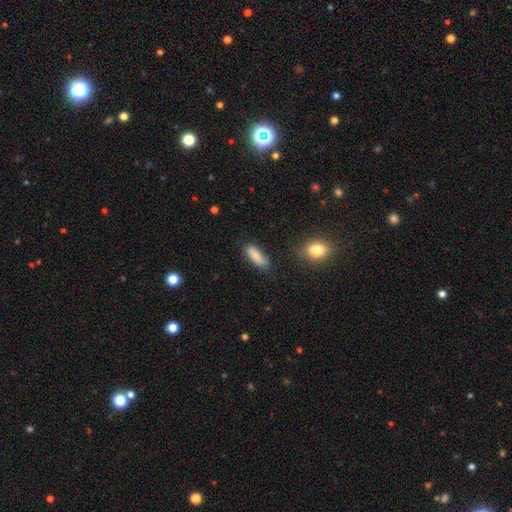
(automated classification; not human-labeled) A smooth galaxy with no disk features (76%) that is in between round and cigar-shaped (71%).

Vote fractions:
- Smooth or featured? smooth: 76% / featured or disk: 17% / star or artifact: 7%
- How rounded? in between: 71% / cigar-shaped: 26% / round: 3%
- Merging? none: 67% / minor disturbance: 24% / major disturbance: 6% / merger: 4%